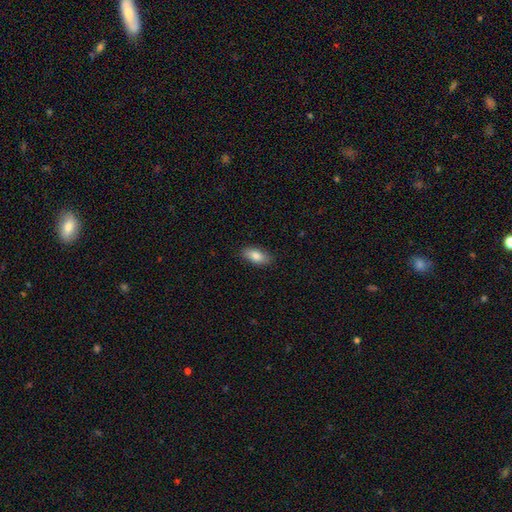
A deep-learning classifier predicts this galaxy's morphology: smooth-or-featured: smooth: 85% | featured or disk: 9% | star or artifact: 7%
  how-rounded: in between: 88% | cigar-shaped: 9% | round: 3%
  merging: none: 86% | minor disturbance: 10% | major disturbance: 2% | merger: 1%